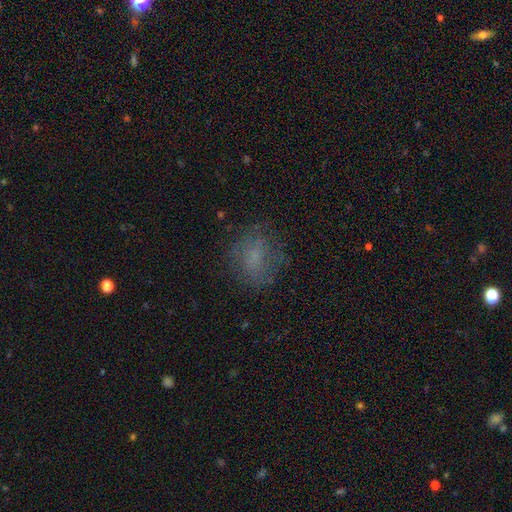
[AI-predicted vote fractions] The model was most divided on "how rounded": round: 52%, in between: 46%, cigar-shaped: 2%. More confident: merging — none (70%); smooth or featured — smooth (59%).